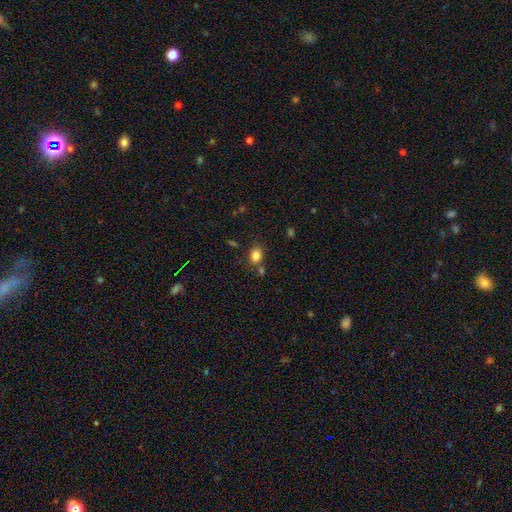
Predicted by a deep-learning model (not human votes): Morphology: type=smooth (82%); roundness=in between (61%); merging=none (73%).